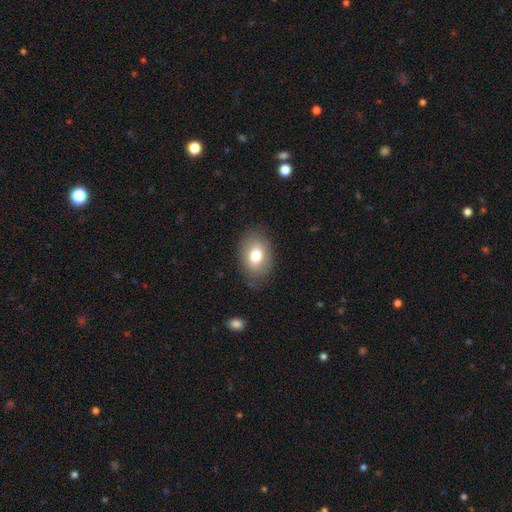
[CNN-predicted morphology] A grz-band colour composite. It shows a smooth galaxy with no disk features (75%) that is in between round and cigar-shaped (81%). Merging: none (82%).